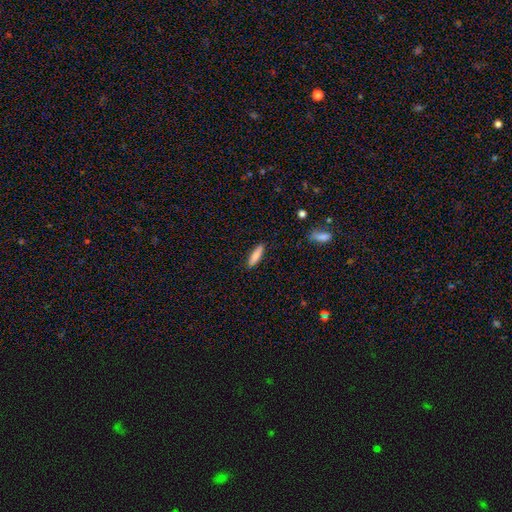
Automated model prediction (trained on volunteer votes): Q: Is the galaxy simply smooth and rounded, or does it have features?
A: smooth — 83%.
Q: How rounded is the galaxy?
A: cigar-shaped — 67%.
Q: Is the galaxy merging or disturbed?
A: none — 86%.